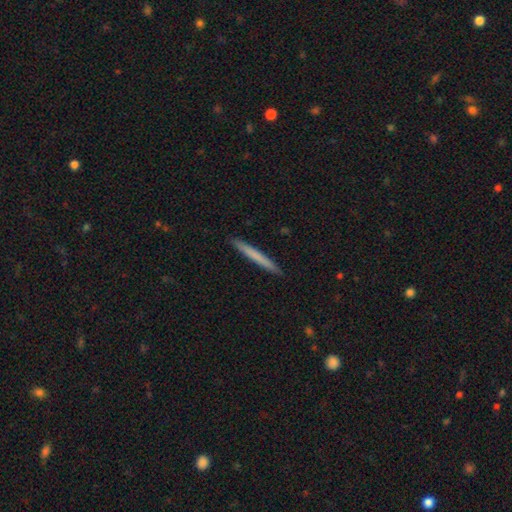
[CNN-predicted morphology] smooth 68%, featured or disk 26%, star or artifact 5%. Down the decision tree: how rounded — cigar-shaped (97%); merging — none (92%).